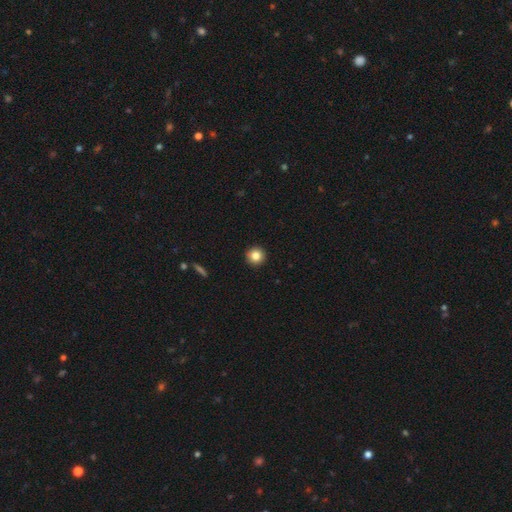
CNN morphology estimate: The model was most divided on "smooth or featured": smooth: 83%, star or artifact: 10%, featured or disk: 7%. More confident: how rounded — round (96%); merging — none (93%).